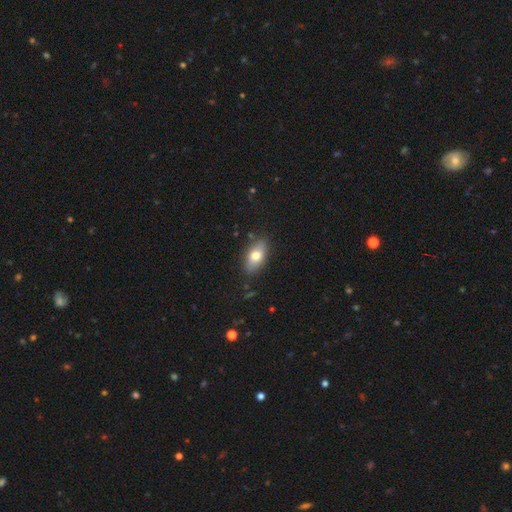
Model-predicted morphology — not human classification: smooth-or-featured: smooth: 72% | featured or disk: 21% | star or artifact: 7%
  how-rounded: in between: 88% | cigar-shaped: 6% | round: 6%
  merging: none: 84% | minor disturbance: 12% | major disturbance: 3% | merger: 2%